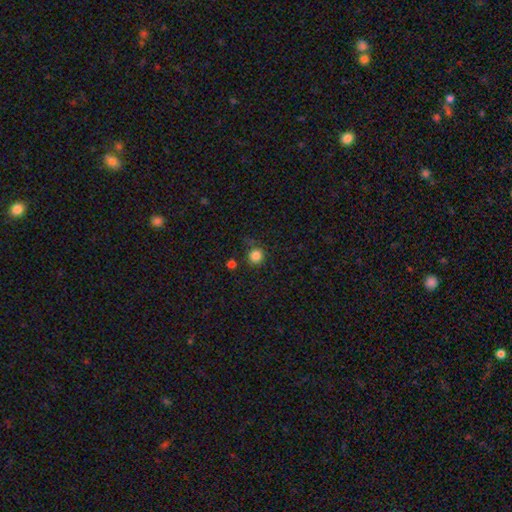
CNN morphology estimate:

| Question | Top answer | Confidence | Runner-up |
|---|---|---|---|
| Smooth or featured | smooth | 84% | star or artifact (12%) |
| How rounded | round | 93% | in between (6%) |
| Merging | none | 81% | minor disturbance (11%) |